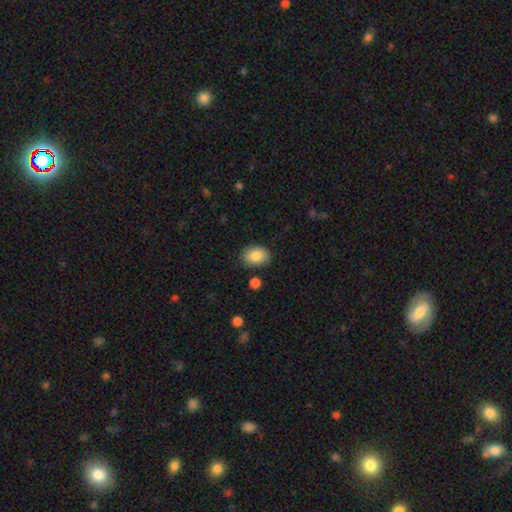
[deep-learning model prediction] smooth-or-featured: smooth: 87% | star or artifact: 7% | featured or disk: 6%
  how-rounded: in between: 76% | round: 23% | cigar-shaped: 1%
  merging: none: 85% | minor disturbance: 10% | major disturbance: 3% | merger: 2%